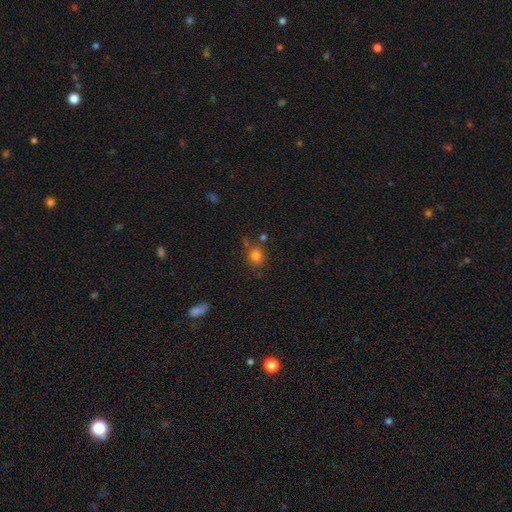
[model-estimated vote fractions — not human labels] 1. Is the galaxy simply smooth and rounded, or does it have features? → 80% smooth, 13% star or artifact, 6% featured or disk.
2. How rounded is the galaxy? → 88% round, 11% in between, 1% cigar-shaped.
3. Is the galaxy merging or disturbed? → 75% none, 12% minor disturbance, 8% merger, 4% major disturbance.